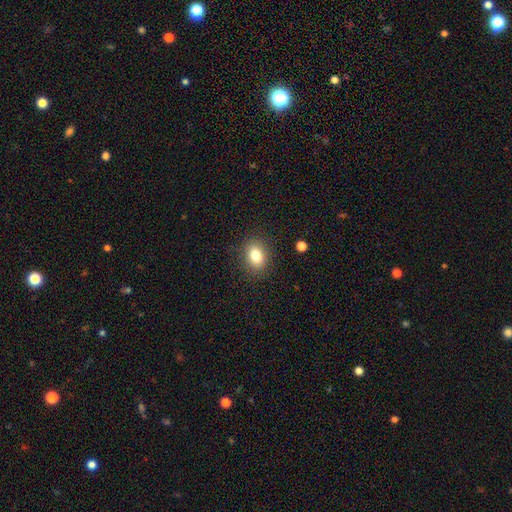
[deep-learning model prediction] Smooth or featured: smooth — 82% (star or artifact — 10%)
How rounded: in between — 64% (round — 35%)
Merging: none — 86% (minor disturbance — 9%)